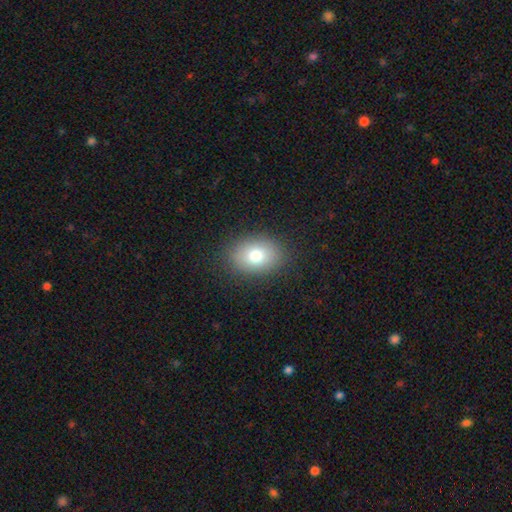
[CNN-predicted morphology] Smooth or featured?
  - smooth: 76% *
  - featured or disk: 13%
  - star or artifact: 12%
How rounded?
  - in between: 65% *
  - round: 34%
  - cigar-shaped: 1%
Merging?
  - none: 87% *
  - minor disturbance: 9%
  - major disturbance: 3%
  - merger: 1%